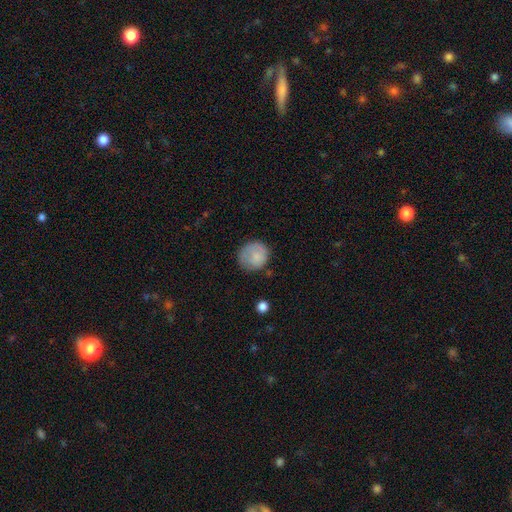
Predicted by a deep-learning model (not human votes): Overall: smooth (79%). How rounded: round (85%). Merging: none (69%).